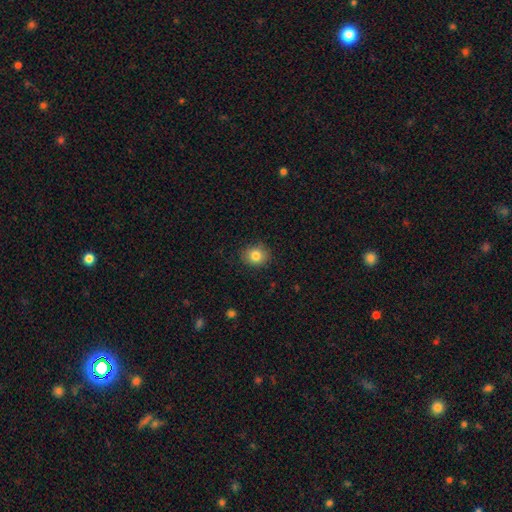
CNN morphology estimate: smooth_or_featured: smooth (p=0.82) [alt: star or artifact p=0.10]
how_rounded: round (p=0.72) [alt: in between p=0.27]
merging: none (p=0.87) [alt: minor disturbance p=0.09]